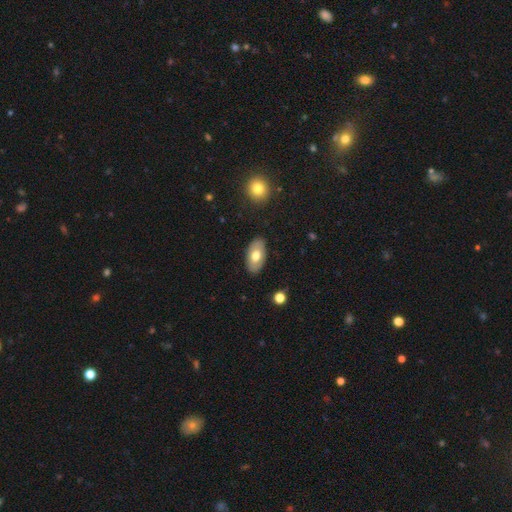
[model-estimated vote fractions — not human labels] This is likely a smooth galaxy (66%). How rounded: clearly in between (94%). Merging: clearly none (86%).